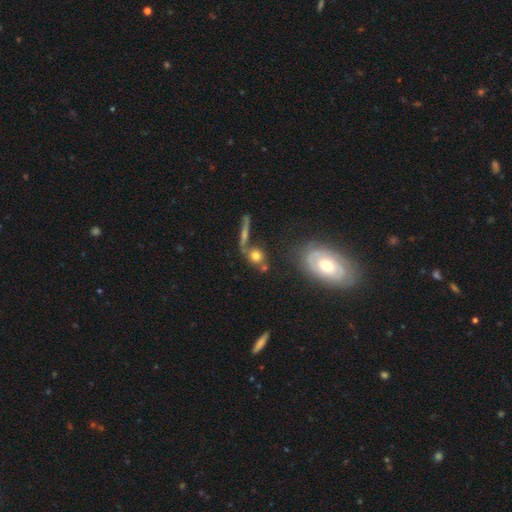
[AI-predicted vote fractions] Smooth or featured: smooth — 68% (featured or disk — 19%)
How rounded: round — 77% (in between — 19%)
Merging: none — 51% (merger — 28%)